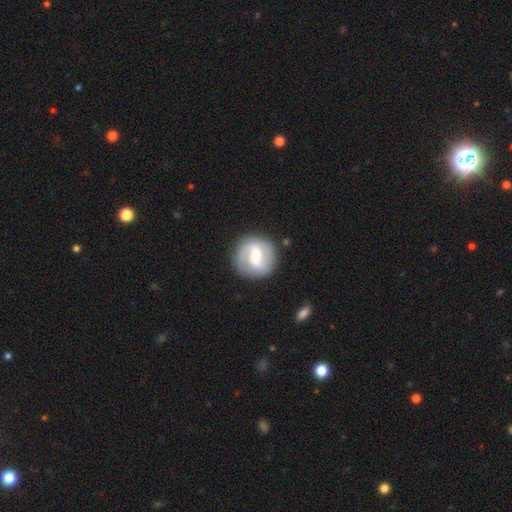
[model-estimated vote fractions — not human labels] The model was most divided on "bulge size": moderate: 46%, small: 36%, large: 10%, none: 6%, dominant: 2%. Remaining: edge-on disk — no (98%); spiral arms — yes (90%); spiral arm count — 2 (81%); merging — none (80%); smooth or featured — featured or disk (74%); bar — weak (50%); spiral winding — medium (45%).